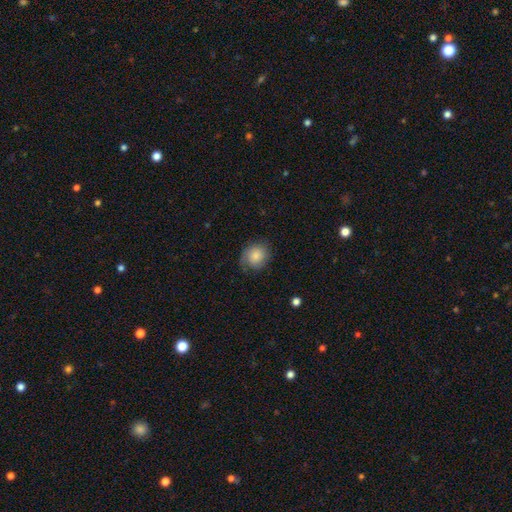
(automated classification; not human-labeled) Smooth or featured? Predicted: smooth (p=0.72). How rounded? Predicted: round (p=0.74). Merging? Predicted: none (p=0.67).